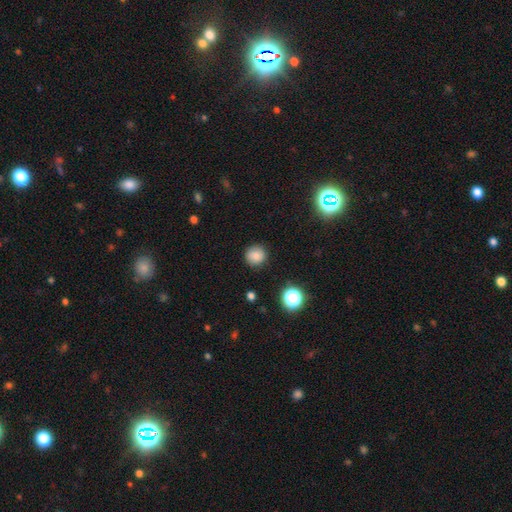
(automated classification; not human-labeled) Smooth or featured? Predicted: smooth (p=0.83). How rounded? Predicted: round (p=0.92). Merging? Predicted: none (p=0.88).